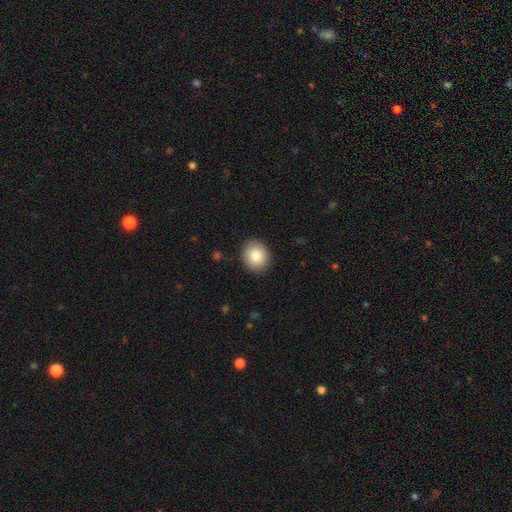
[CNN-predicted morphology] Q: Smooth or featured?
A: smooth (85%); runner-up: star or artifact (8%)
Q: How rounded?
A: round (63%); runner-up: in between (36%)
Q: Merging?
A: none (89%); runner-up: minor disturbance (8%)